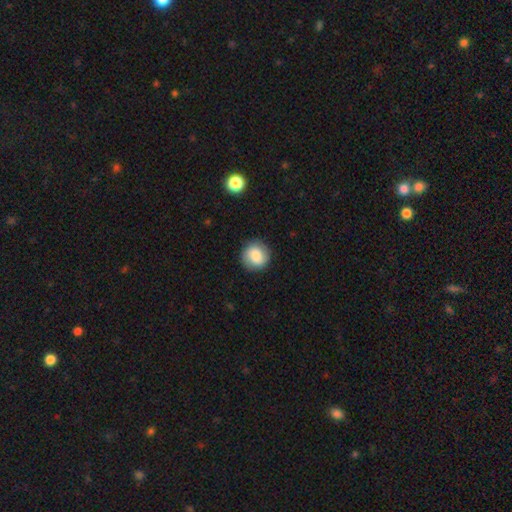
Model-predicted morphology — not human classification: smooth-or-featured: smooth: 78% | featured or disk: 15% | star or artifact: 8%
  how-rounded: round: 91% | in between: 8% | cigar-shaped: 1%
  merging: none: 87% | minor disturbance: 9% | major disturbance: 3% | merger: 1%